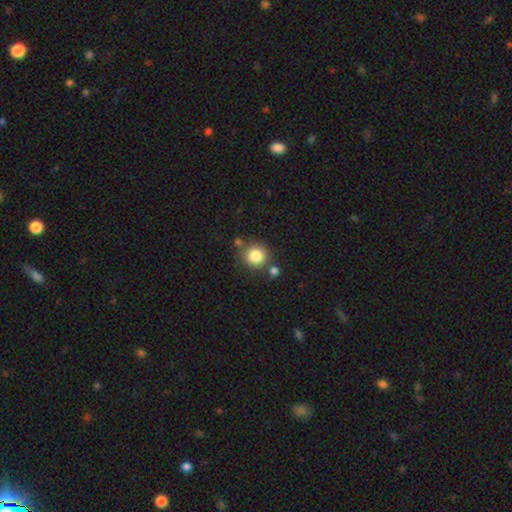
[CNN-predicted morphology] The model was most divided on "merging": none: 73%, merger: 13%, minor disturbance: 10%, major disturbance: 4%. More confident: how rounded — round (91%); smooth or featured — smooth (83%).